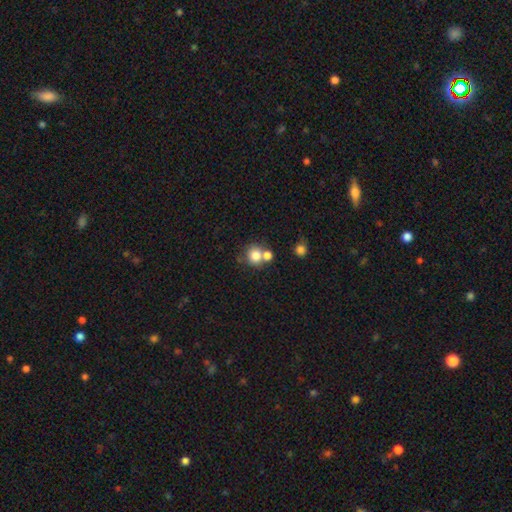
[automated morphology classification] Overall: smooth (79%). How rounded: round (87%). Merging: none (51%; merger 38%).